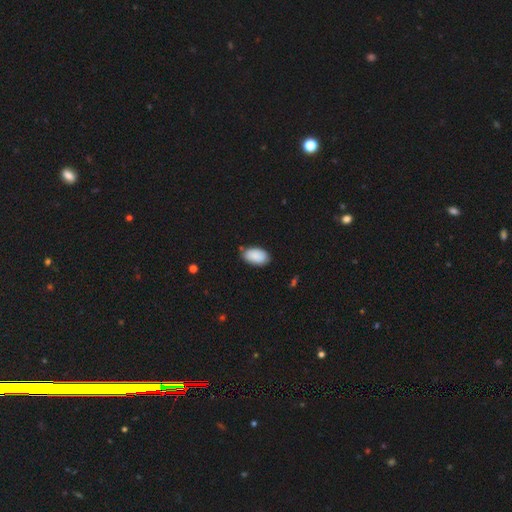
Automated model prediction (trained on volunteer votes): This is clearly a smooth galaxy (89%). How rounded: clearly in between (95%). Merging: likely none (77%).